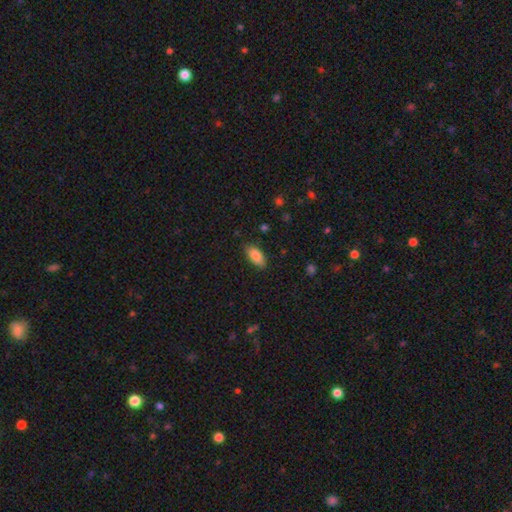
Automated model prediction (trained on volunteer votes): This appears to be a smooth galaxy with no disk features (88%) that is in between round and cigar-shaped (88%). Merging: none (85%).